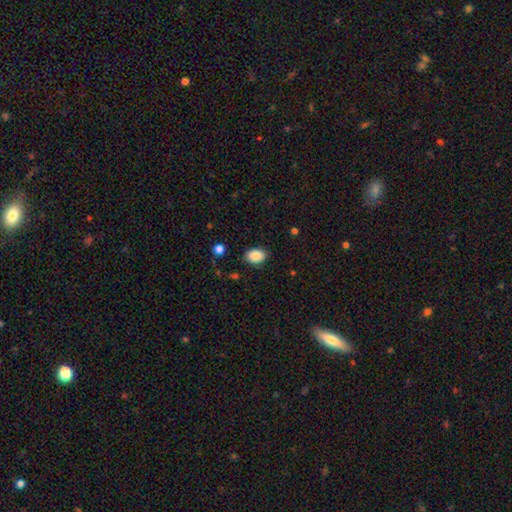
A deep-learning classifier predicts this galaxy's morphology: smooth-or-featured: smooth: 88% | star or artifact: 8% | featured or disk: 4%
  how-rounded: in between: 78% | round: 21% | cigar-shaped: 1%
  merging: none: 86% | minor disturbance: 10% | major disturbance: 2% | merger: 1%